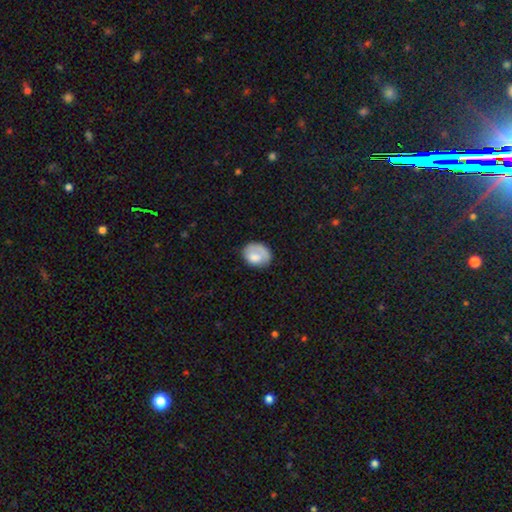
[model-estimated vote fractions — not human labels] Smooth or featured: smooth — 72% (featured or disk — 21%)
How rounded: in between — 53% (round — 46%)
Merging: none — 58% (minor disturbance — 26%)